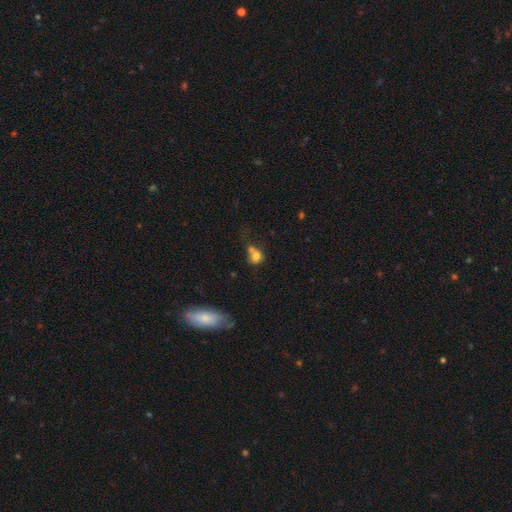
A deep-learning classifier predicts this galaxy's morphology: Overall: smooth (74%). How rounded: round (66%; in between 32%). Merging: merger (43%; none 32%).